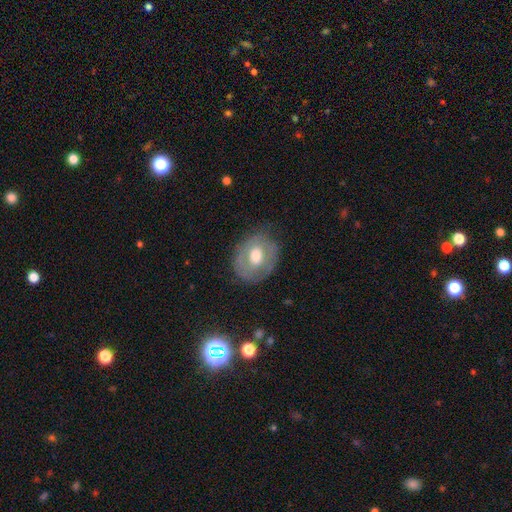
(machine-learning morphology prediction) featured or disk 53%, smooth 41%, star or artifact 7%. Down the decision tree: edge-on disk — no (95%); merging — none (72%).